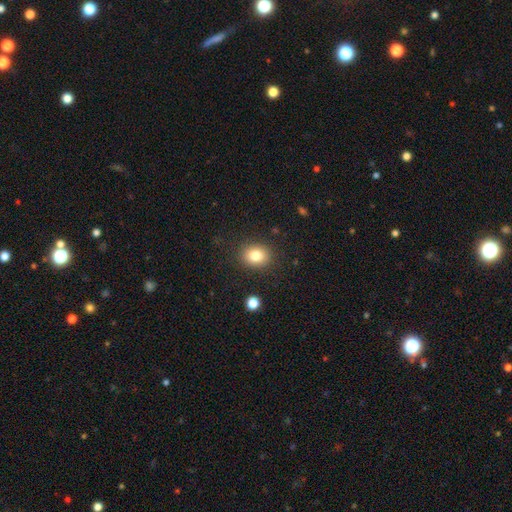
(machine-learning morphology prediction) Smooth or featured? Predicted: smooth (p=0.82). How rounded? Predicted: round (p=0.60). Merging? Predicted: none (p=0.86).